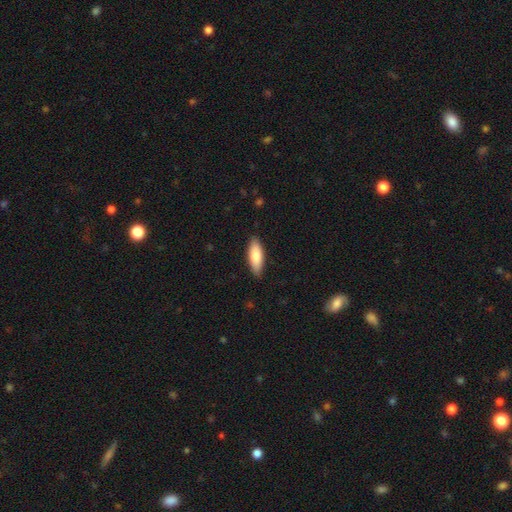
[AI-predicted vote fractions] Smooth or featured? smooth (80%)
How rounded? in between (67%)
Merging? none (86%)